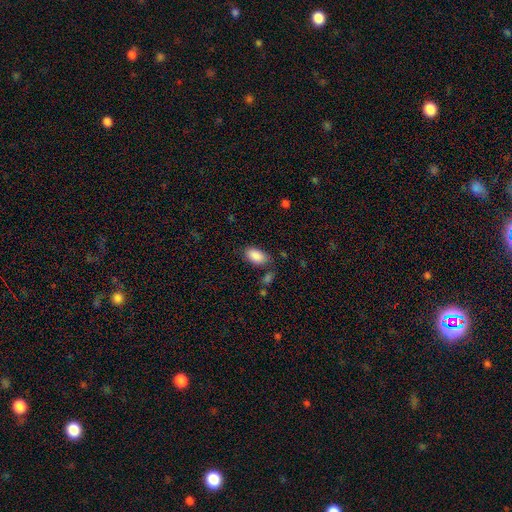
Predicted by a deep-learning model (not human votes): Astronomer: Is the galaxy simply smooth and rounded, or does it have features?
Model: smooth — 89%.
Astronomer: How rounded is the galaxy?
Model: in between — 93%.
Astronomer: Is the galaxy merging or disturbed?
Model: none — 76%.